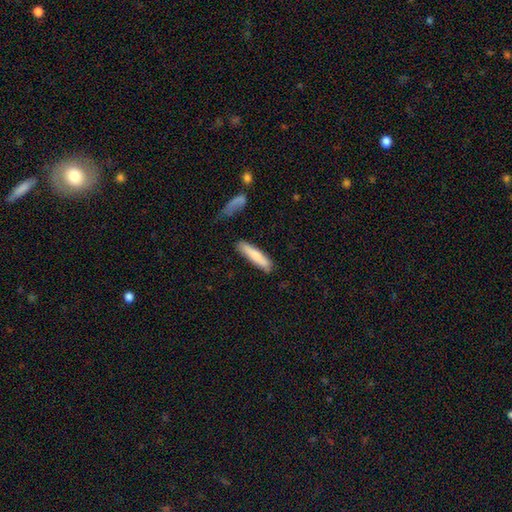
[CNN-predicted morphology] A smooth galaxy with no disk features (79%) that is cigar-shaped (85%). Merging: none (76%).